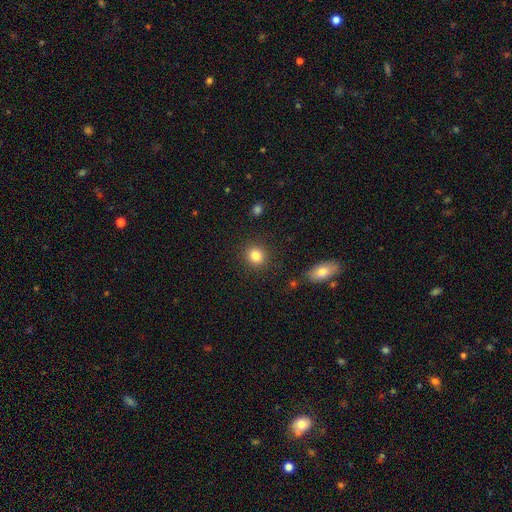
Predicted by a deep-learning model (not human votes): A smooth galaxy with no disk features (83%) that is round (84%).

Vote fractions:
- Smooth or featured? smooth: 83% / star or artifact: 11% / featured or disk: 6%
- How rounded? round: 84% / in between: 15% / cigar-shaped: 1%
- Merging? none: 89% / minor disturbance: 7% / major disturbance: 3% / merger: 2%